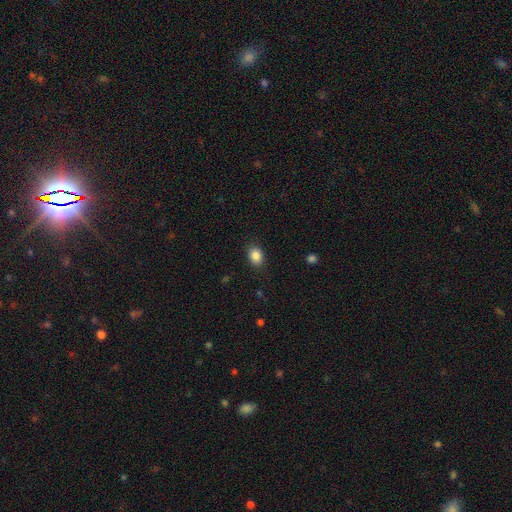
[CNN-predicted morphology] A smooth galaxy with no disk features (86%) that is in between round and cigar-shaped (64%).

Vote fractions:
- Smooth or featured? smooth: 86% / star or artifact: 9% / featured or disk: 4%
- How rounded? in between: 64% / round: 35% / cigar-shaped: 1%
- Merging? none: 88% / minor disturbance: 9% / major disturbance: 3% / merger: 1%